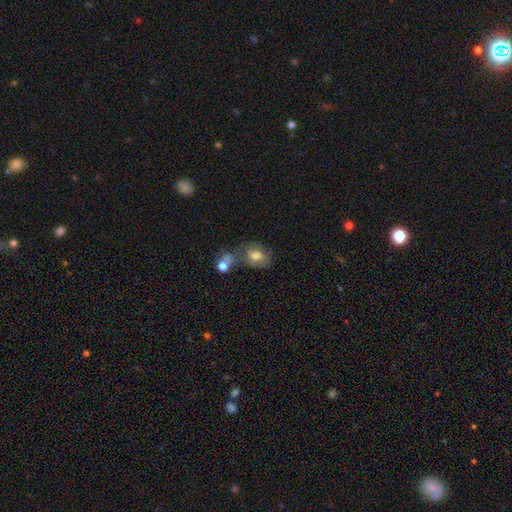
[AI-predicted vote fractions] Morphology: type=smooth (70%); roundness=in between (74%); merging=none (36%).